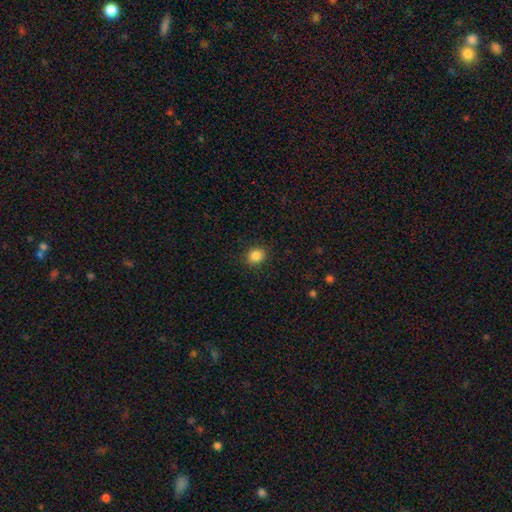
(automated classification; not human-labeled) The model was most divided on "how rounded": round: 67%, in between: 33%, cigar-shaped: 1%. More confident: merging — none (90%); smooth or featured — smooth (86%).